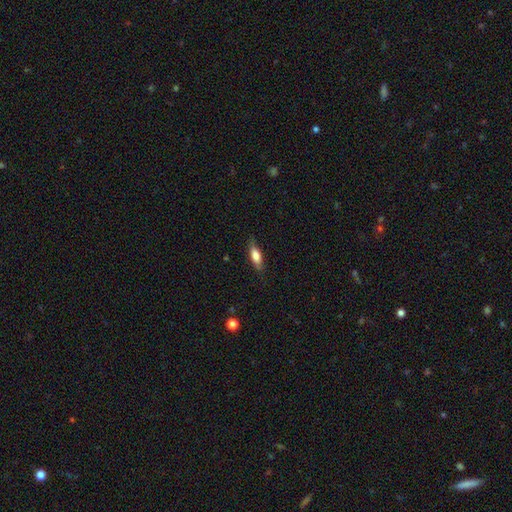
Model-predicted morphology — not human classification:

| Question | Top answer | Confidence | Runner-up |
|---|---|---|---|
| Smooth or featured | smooth | 71% | featured or disk (23%) |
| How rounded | in between | 61% | cigar-shaped (36%) |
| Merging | none | 78% | minor disturbance (18%) |